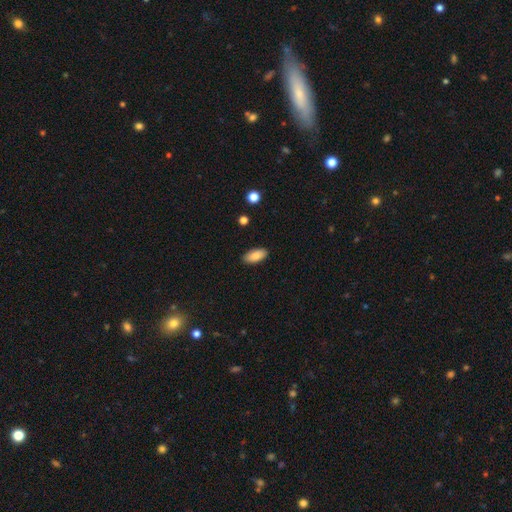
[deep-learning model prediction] Smooth or featured? Predicted: smooth (p=0.87). How rounded? Predicted: in between (p=0.90). Merging? Predicted: none (p=0.88).